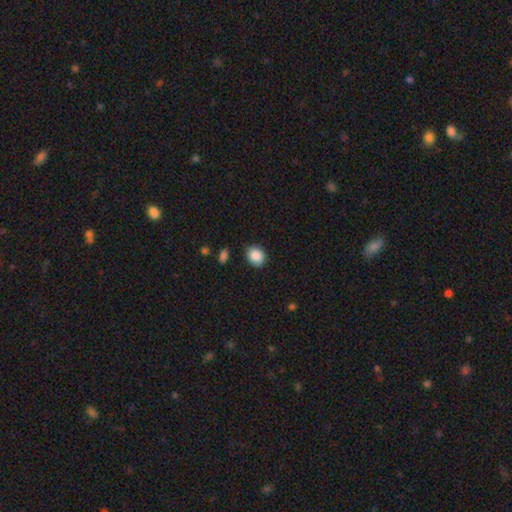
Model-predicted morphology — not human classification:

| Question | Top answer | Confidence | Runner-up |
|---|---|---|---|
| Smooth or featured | smooth | 89% | star or artifact (8%) |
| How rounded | round | 57% | in between (42%) |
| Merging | none | 83% | minor disturbance (12%) |